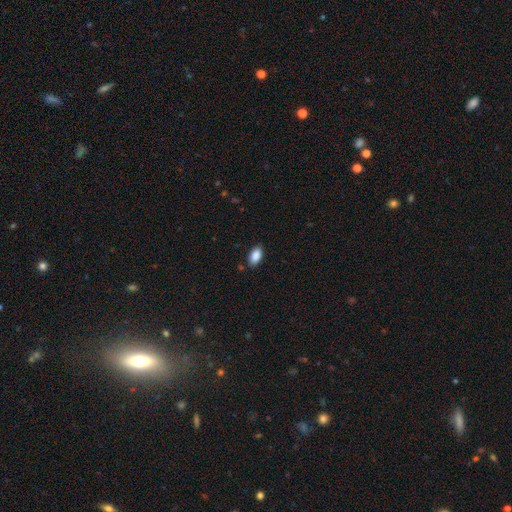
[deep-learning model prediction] Smooth or featured: smooth — 89% (star or artifact — 7%)
How rounded: in between — 94% (round — 4%)
Merging: none — 86% (minor disturbance — 11%)